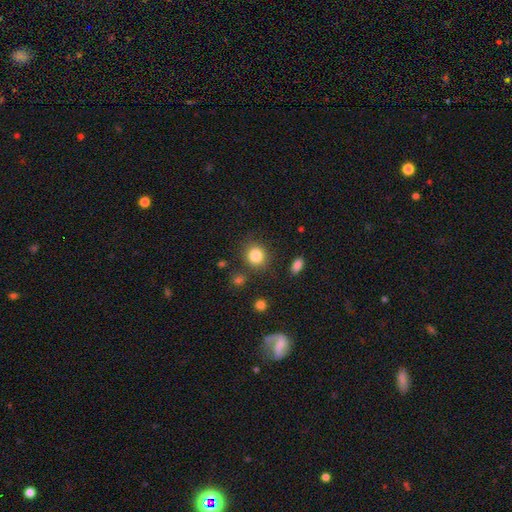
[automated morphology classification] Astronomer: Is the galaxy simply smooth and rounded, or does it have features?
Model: smooth — 85%.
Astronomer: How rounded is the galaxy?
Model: round — 80%.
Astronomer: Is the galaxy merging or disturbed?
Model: none — 81%.